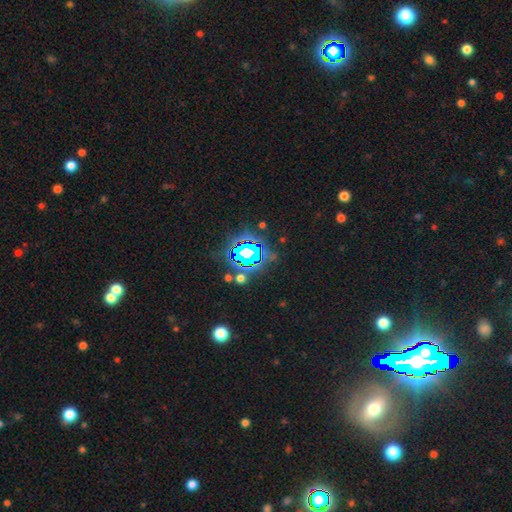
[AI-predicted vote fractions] Smooth or featured?
  - star or artifact: 81% *
  - smooth: 11%
  - featured or disk: 8%